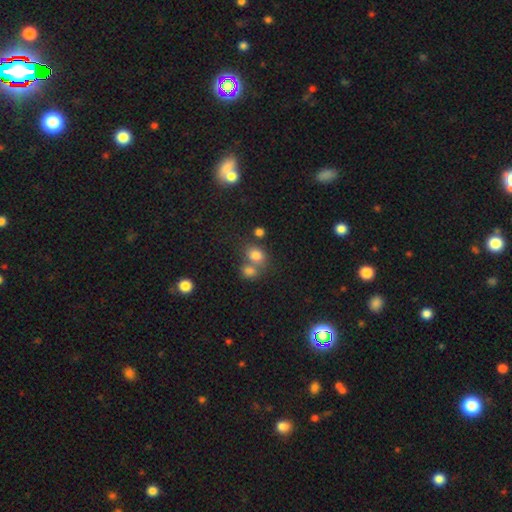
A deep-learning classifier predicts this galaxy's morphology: smooth_or_featured: smooth (p=0.78) [alt: star or artifact p=0.13]
how_rounded: round (p=0.52) [alt: in between p=0.47]
merging: none (p=0.43) [tied with: merger p=0.43]